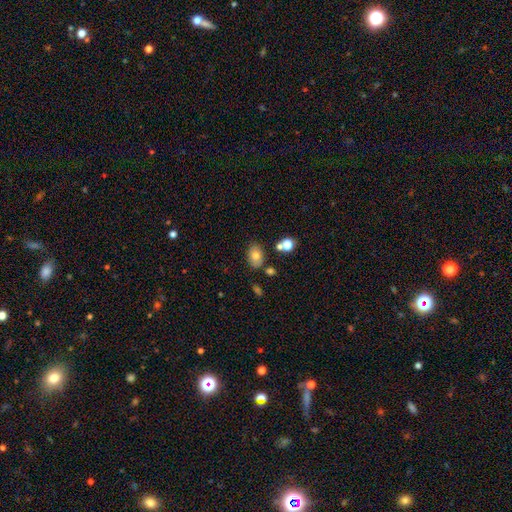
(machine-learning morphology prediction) This is likely a smooth galaxy (76%). How rounded: clearly in between (80%). Merging: likely none (76%).